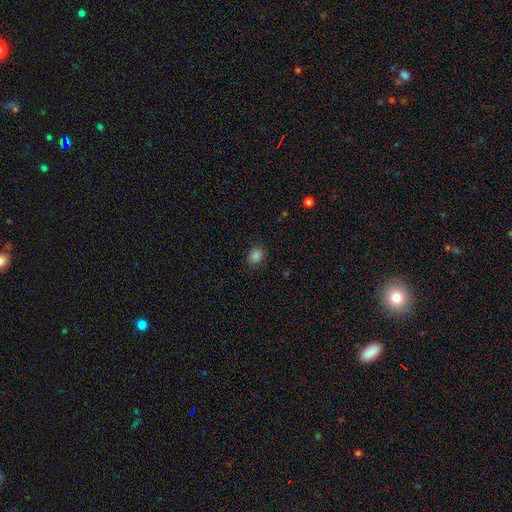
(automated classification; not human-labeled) Q: Smooth or featured?
A: smooth (85%); runner-up: star or artifact (11%)
Q: How rounded?
A: round (57%); runner-up: in between (42%)
Q: Merging?
A: none (86%); runner-up: minor disturbance (10%)